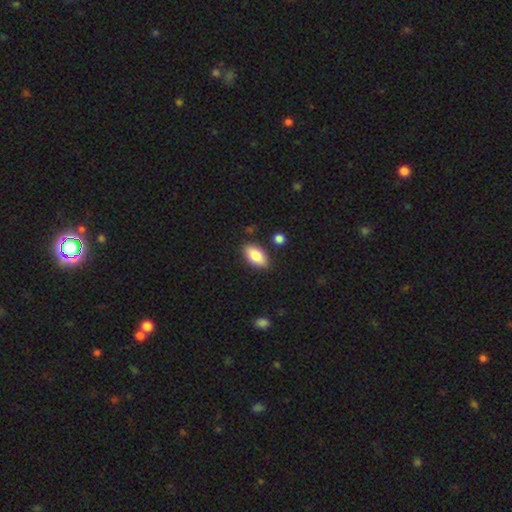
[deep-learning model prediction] Q: Smooth or featured?
A: smooth (84%); runner-up: featured or disk (9%)
Q: How rounded?
A: in between (92%); runner-up: cigar-shaped (4%)
Q: Merging?
A: none (84%); runner-up: minor disturbance (10%)